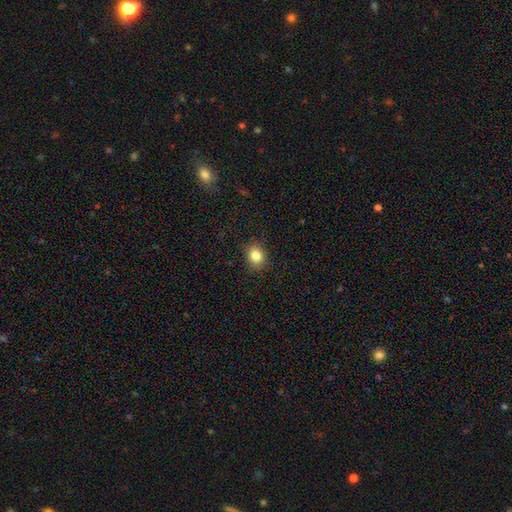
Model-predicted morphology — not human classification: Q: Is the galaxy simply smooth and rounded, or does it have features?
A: smooth — 83%.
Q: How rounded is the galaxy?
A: round — 58%.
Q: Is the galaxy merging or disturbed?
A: none — 88%.